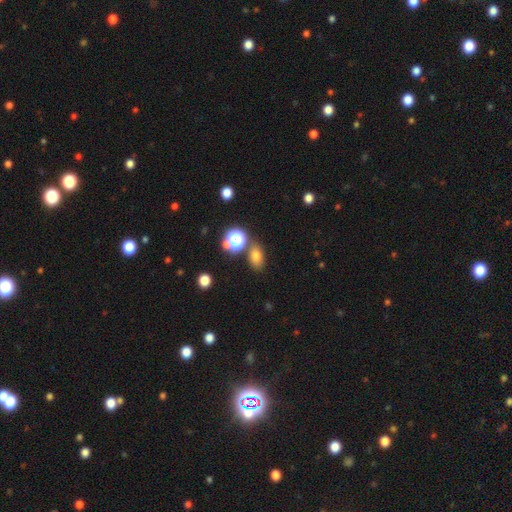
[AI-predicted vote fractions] This appears to be a smooth galaxy with no disk features (71%) that is in between round and cigar-shaped (73%). Merging: none (74%).